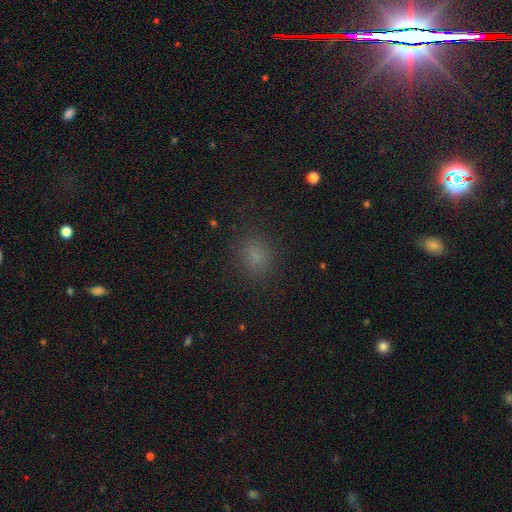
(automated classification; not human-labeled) This appears to be a smooth galaxy with no disk features (77%) that is round (74%). Merging: none (86%).